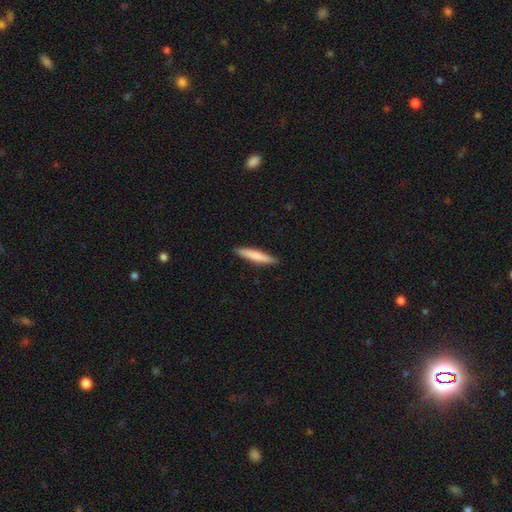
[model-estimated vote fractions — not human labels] smooth_or_featured: smooth (p=0.76) [alt: featured or disk p=0.19]
how_rounded: cigar-shaped (p=0.92) [alt: in between p=0.06]
merging: none (p=0.91) [alt: minor disturbance p=0.07]